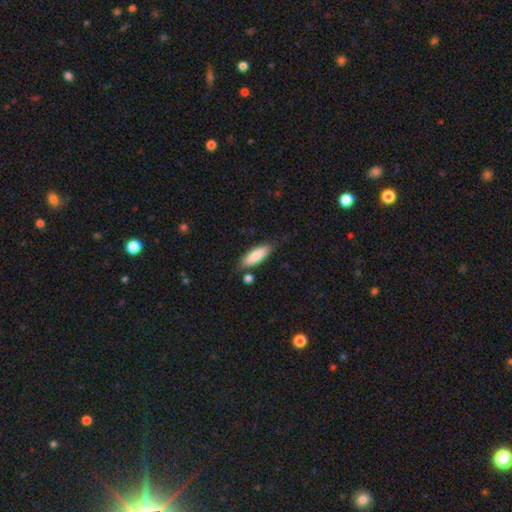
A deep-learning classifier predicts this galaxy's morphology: smooth 84%, featured or disk 10%, star or artifact 6%. Down the decision tree: how rounded — in between (54%); merging — none (77%).